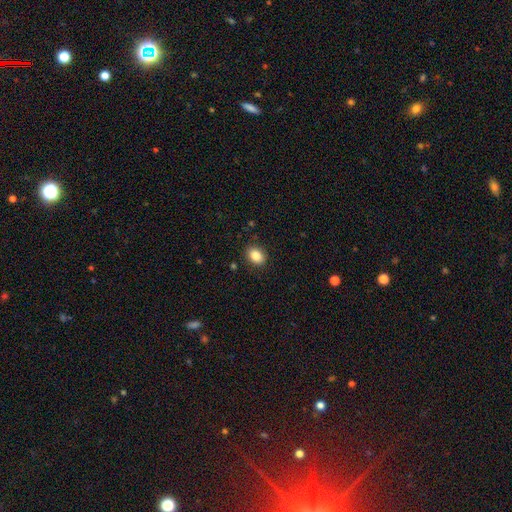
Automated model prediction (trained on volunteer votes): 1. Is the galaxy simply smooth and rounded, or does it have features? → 85% smooth, 9% star or artifact, 6% featured or disk.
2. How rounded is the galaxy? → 70% in between, 29% round, 1% cigar-shaped.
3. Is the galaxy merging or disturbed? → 88% none, 9% minor disturbance, 2% major disturbance, 1% merger.